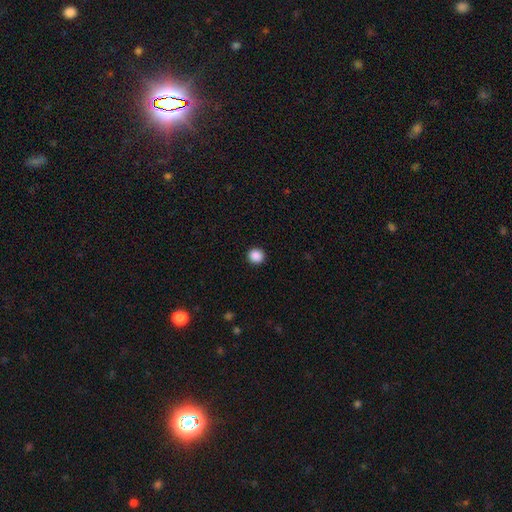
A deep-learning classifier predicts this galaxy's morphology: smooth 88%, star or artifact 10%, featured or disk 2%. Down the decision tree: how rounded — round (93%); merging — none (93%).